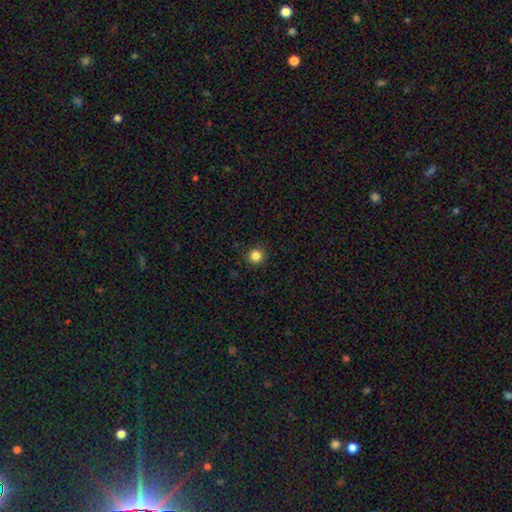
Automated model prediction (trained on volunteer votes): Q: Smooth or featured?
A: smooth (84%); runner-up: star or artifact (12%)
Q: How rounded?
A: round (94%); runner-up: in between (5%)
Q: Merging?
A: none (91%); runner-up: minor disturbance (6%)